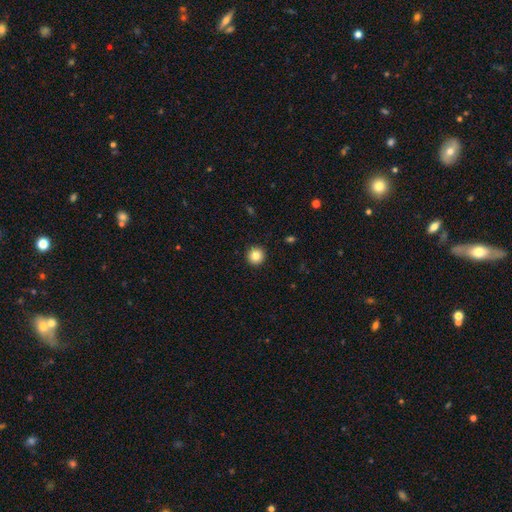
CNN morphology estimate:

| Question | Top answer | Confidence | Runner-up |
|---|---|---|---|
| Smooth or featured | smooth | 85% | star or artifact (10%) |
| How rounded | round | 95% | in between (4%) |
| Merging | none | 93% | minor disturbance (4%) |